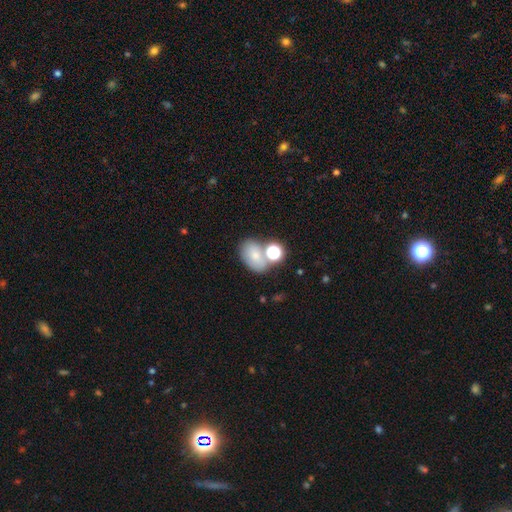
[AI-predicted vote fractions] smooth_or_featured: smooth (p=0.71) [alt: featured or disk p=0.16]
how_rounded: in between (p=0.74) [alt: round p=0.25]
merging: none (p=0.50) [alt: merger p=0.29]